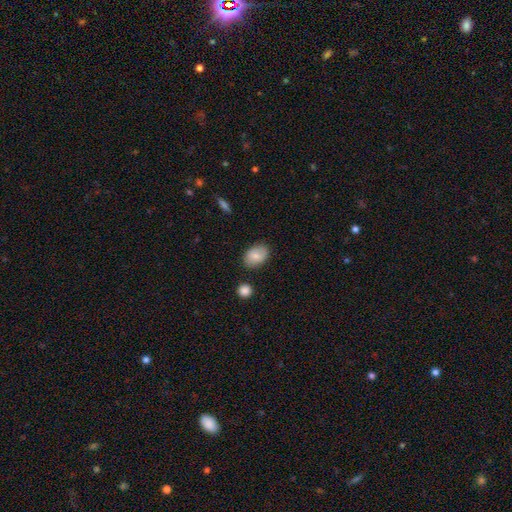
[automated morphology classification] type=smooth (78%); roundness=in between (85%); merging=none (81%).